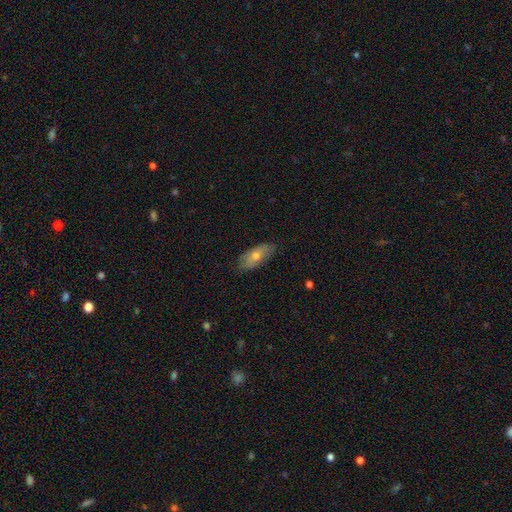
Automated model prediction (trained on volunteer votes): smooth-or-featured: smooth: 57% | featured or disk: 35% | star or artifact: 8%
  how-rounded: in between: 77% | cigar-shaped: 20% | round: 3%
  merging: none: 80% | minor disturbance: 16% | major disturbance: 3% | merger: 1%